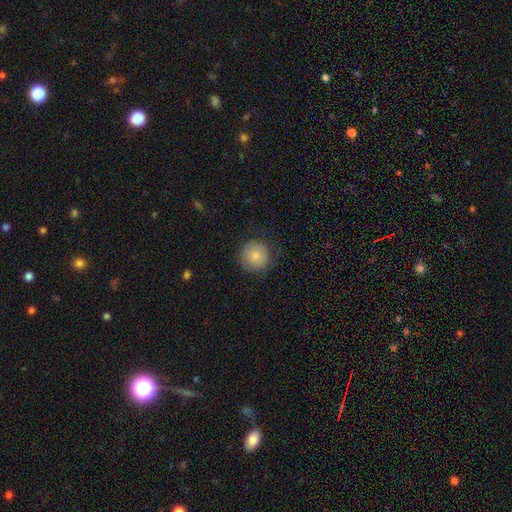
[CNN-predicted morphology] Q: Smooth or featured?
A: smooth (81%); runner-up: featured or disk (10%)
Q: How rounded?
A: round (94%); runner-up: in between (5%)
Q: Merging?
A: none (83%); runner-up: minor disturbance (13%)